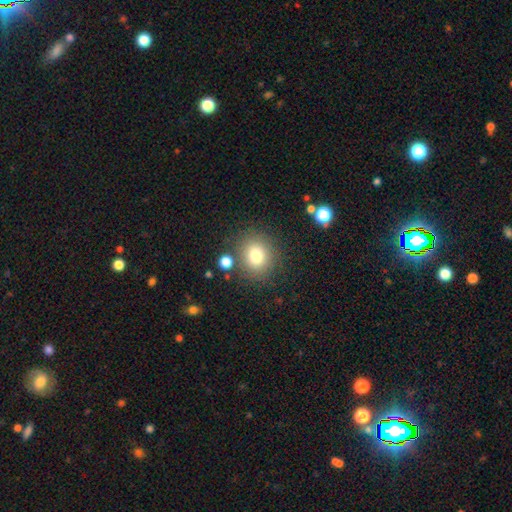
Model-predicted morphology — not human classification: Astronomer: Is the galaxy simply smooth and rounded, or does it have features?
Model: smooth — 78%.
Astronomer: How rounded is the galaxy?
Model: round — 81%.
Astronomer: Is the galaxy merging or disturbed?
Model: none — 80%.